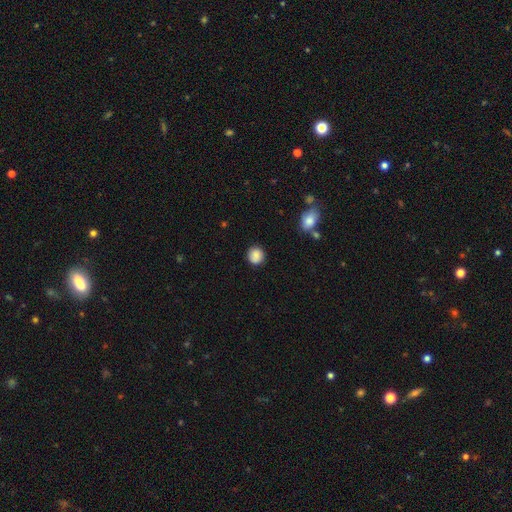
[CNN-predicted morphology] Q: Smooth or featured?
A: smooth (86%); runner-up: star or artifact (8%)
Q: How rounded?
A: round (89%); runner-up: in between (10%)
Q: Merging?
A: none (86%); runner-up: minor disturbance (10%)